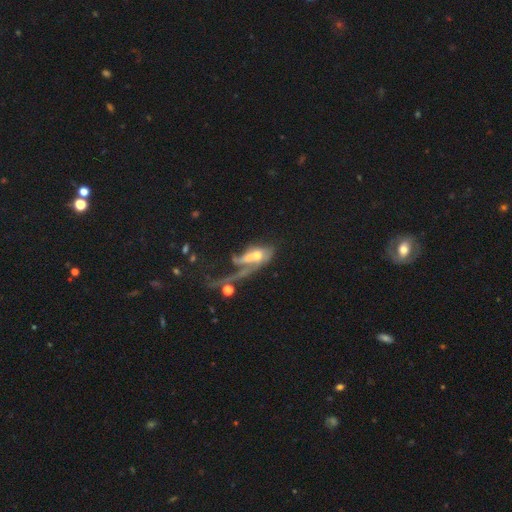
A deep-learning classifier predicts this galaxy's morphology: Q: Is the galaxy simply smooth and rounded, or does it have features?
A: featured or disk — 53%.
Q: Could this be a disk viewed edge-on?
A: no — 83%.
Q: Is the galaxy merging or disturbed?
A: merger — 43%.